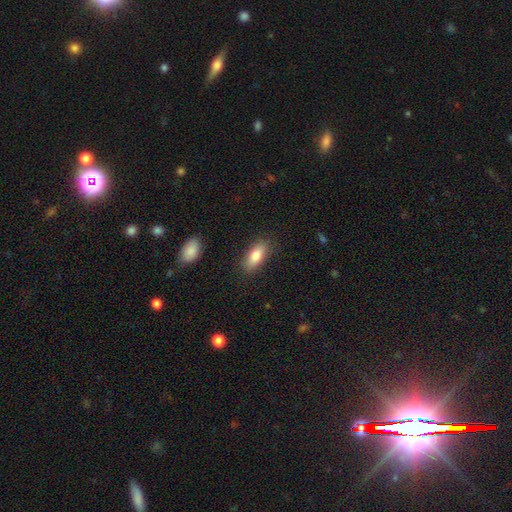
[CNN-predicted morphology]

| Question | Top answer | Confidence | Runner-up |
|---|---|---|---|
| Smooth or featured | smooth | 82% | featured or disk (12%) |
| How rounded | in between | 81% | cigar-shaped (16%) |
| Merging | none | 85% | minor disturbance (11%) |